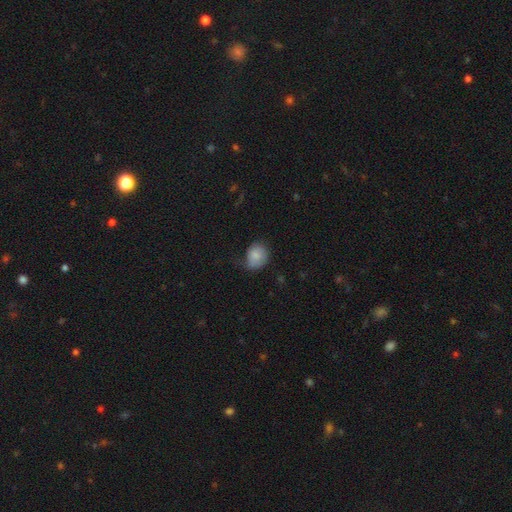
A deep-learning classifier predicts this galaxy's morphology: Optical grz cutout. It shows a smooth galaxy with no disk features (81%) that is round (57%). Merging: none (46%).